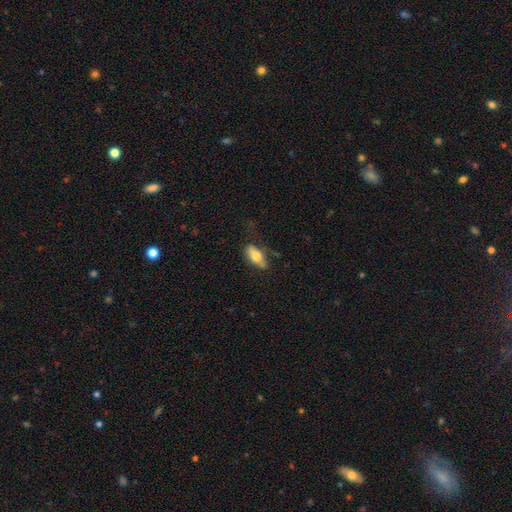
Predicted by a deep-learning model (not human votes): Smooth or featured: smooth — 72% (featured or disk — 21%)
How rounded: in between — 83% (cigar-shaped — 14%)
Merging: none — 59% (minor disturbance — 27%)